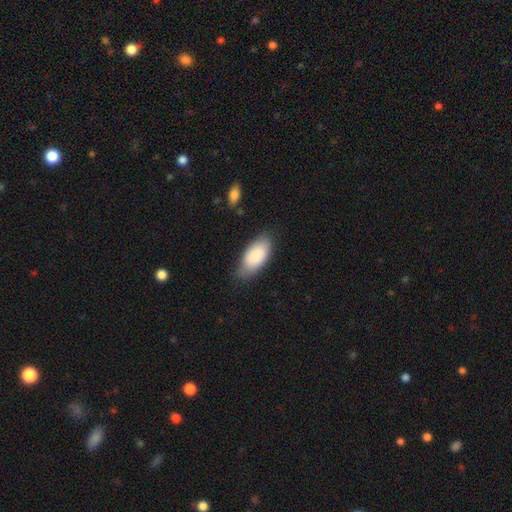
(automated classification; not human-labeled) Overall: smooth (85%). How rounded: in between (92%). Merging: none (71%).